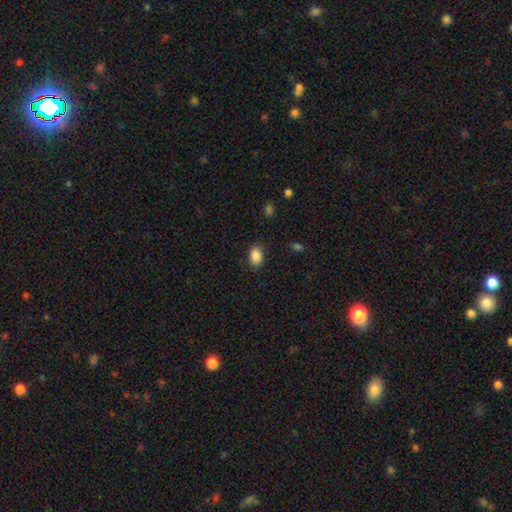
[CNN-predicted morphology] This appears to be a smooth galaxy with no disk features (88%) that is in between round and cigar-shaped (78%). Merging: none (86%).